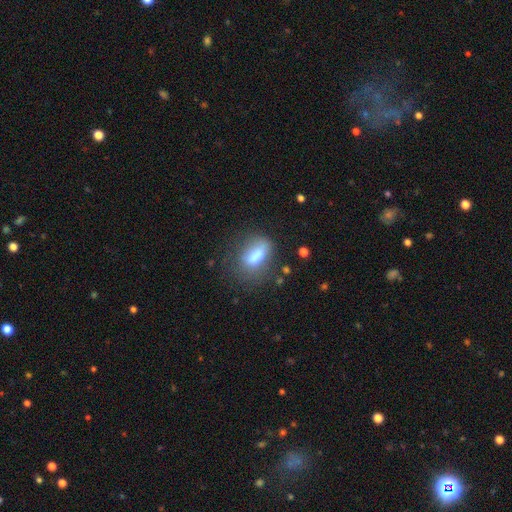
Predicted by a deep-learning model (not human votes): The model was most divided on "merging": none: 51%, minor disturbance: 25%, major disturbance: 18%, merger: 6%. More confident: how rounded — in between (81%); smooth or featured — smooth (73%).